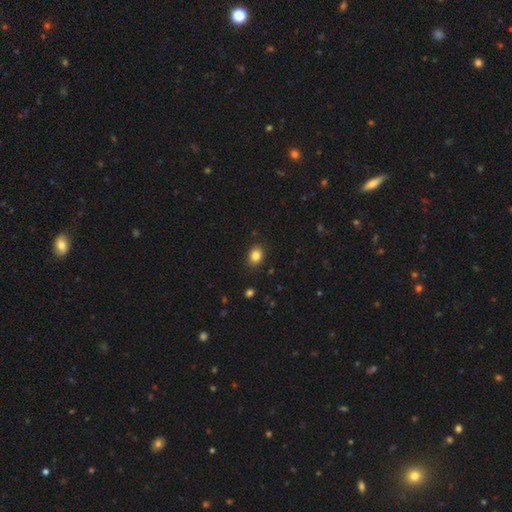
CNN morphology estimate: Smooth or featured: smooth — 85% (star or artifact — 10%)
How rounded: in between — 55% (round — 45%)
Merging: none — 88% (minor disturbance — 9%)